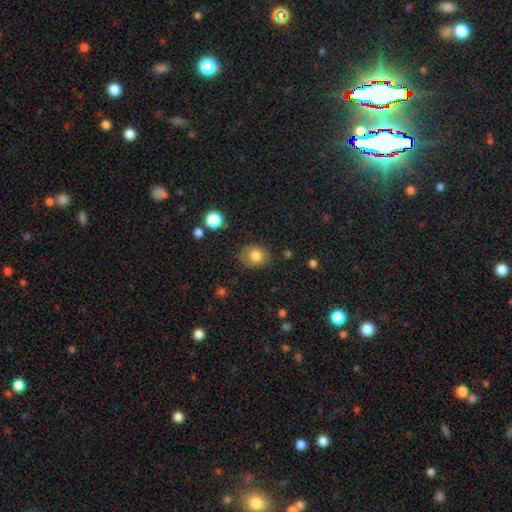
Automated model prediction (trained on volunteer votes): smooth_or_featured: smooth (p=0.80) [alt: star or artifact p=0.10]
how_rounded: round (p=0.59) [alt: in between p=0.40]
merging: none (p=0.80) [alt: minor disturbance p=0.14]